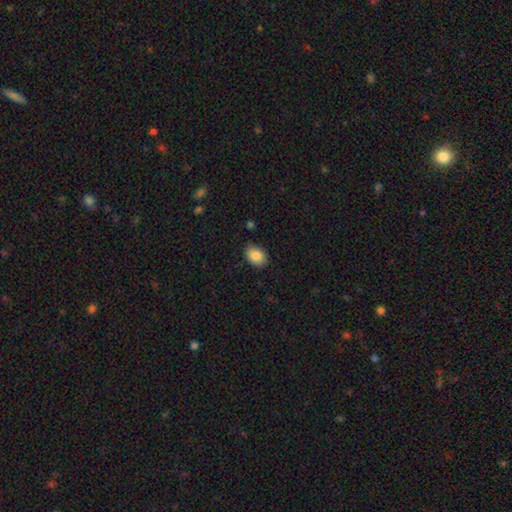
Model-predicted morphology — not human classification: Smooth or featured?
  - smooth: 88% *
  - star or artifact: 8%
  - featured or disk: 4%
How rounded?
  - in between: 79% *
  - round: 20%
  - cigar-shaped: 1%
Merging?
  - none: 85% *
  - minor disturbance: 12%
  - major disturbance: 2%
  - merger: 1%